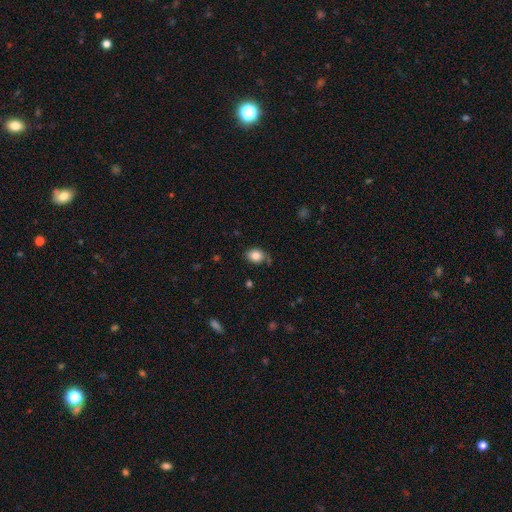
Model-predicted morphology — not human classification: This is clearly a smooth galaxy (82%). How rounded: possibly in between (59%). Merging: likely none (69%).